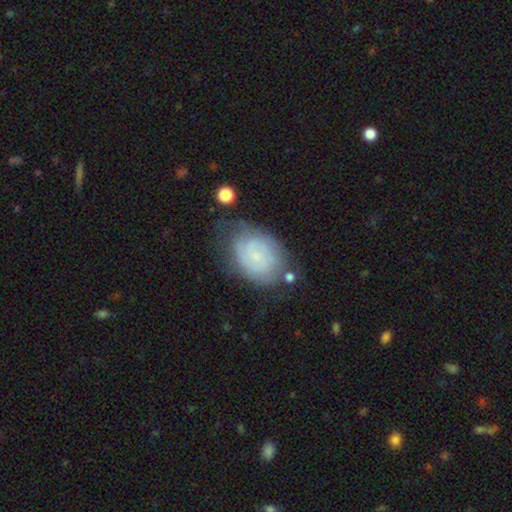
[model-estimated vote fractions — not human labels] Smooth or featured? featured or disk (59%)
Edge-on disk? no (97%)
Bar? no (70%)
Spiral arms? yes (85%)
Bulge size? small (75%)
Merging? none (62%)